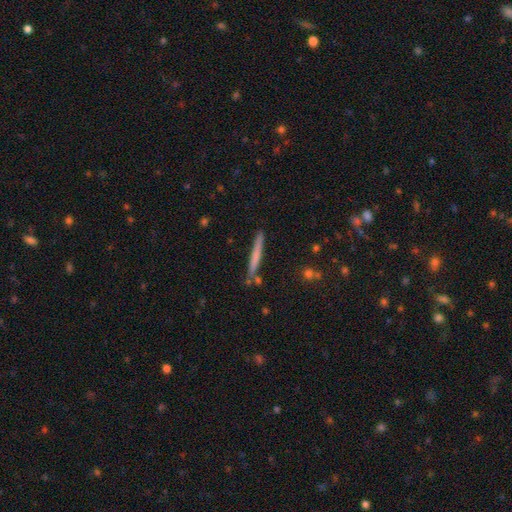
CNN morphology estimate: Overall: smooth (61%; featured or disk 33%). How rounded: cigar-shaped (96%). Merging: none (85%).